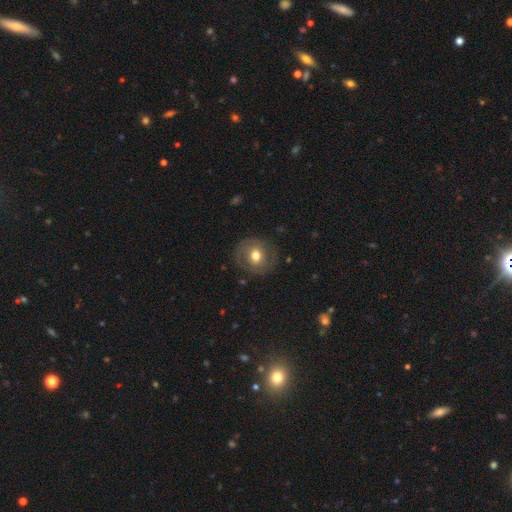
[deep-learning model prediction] A smooth galaxy with no disk features (53%) that is round (85%).

Vote fractions:
- Smooth or featured? smooth: 53% / featured or disk: 39% / star or artifact: 8%
- How rounded? round: 85% / in between: 15% / cigar-shaped: 1%
- Merging? none: 81% / minor disturbance: 12% / major disturbance: 6% / merger: 1%